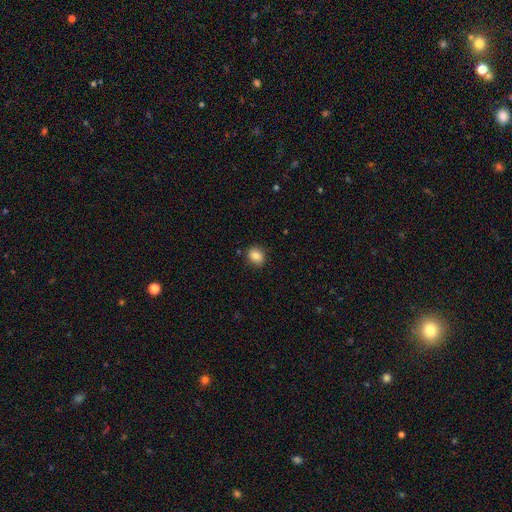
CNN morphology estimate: smooth-or-featured: smooth: 84% | star or artifact: 10% | featured or disk: 7%
  how-rounded: round: 56% | in between: 43% | cigar-shaped: 1%
  merging: none: 87% | minor disturbance: 9% | major disturbance: 2% | merger: 2%